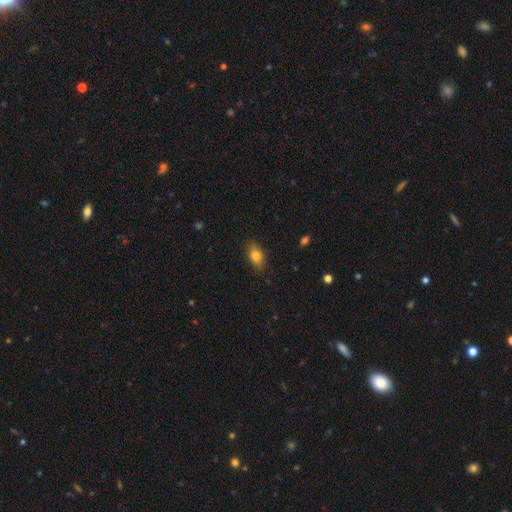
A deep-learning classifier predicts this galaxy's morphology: smooth 77%, featured or disk 15%, star or artifact 8%. Down the decision tree: how rounded — in between (84%); merging — none (84%).